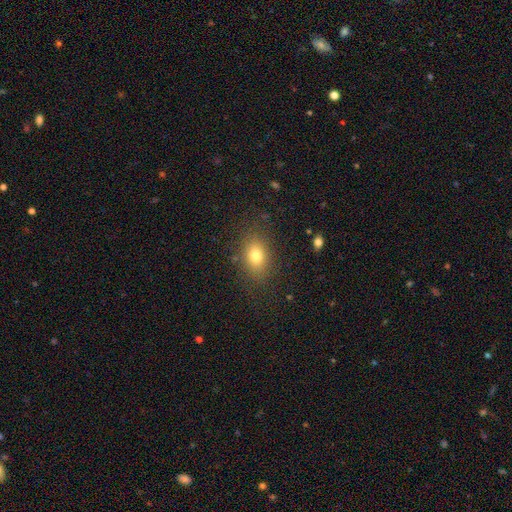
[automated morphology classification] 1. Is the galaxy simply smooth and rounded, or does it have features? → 78% smooth, 11% star or artifact, 11% featured or disk.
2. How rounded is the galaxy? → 76% in between, 23% round, 2% cigar-shaped.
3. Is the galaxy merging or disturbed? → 83% none, 11% minor disturbance, 4% major disturbance, 1% merger.